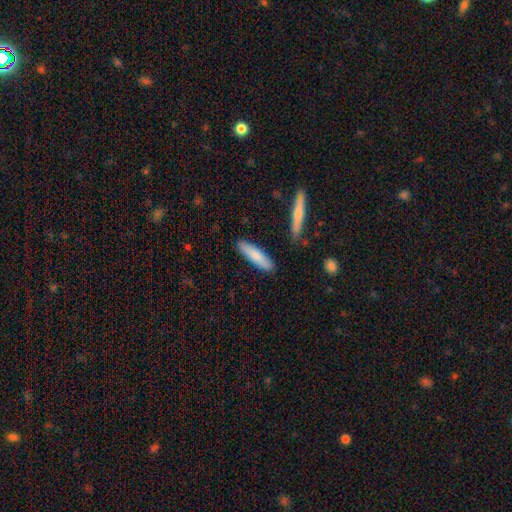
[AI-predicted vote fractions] This is likely a smooth galaxy (79%). How rounded: likely cigar-shaped (75%). Merging: clearly none (86%).